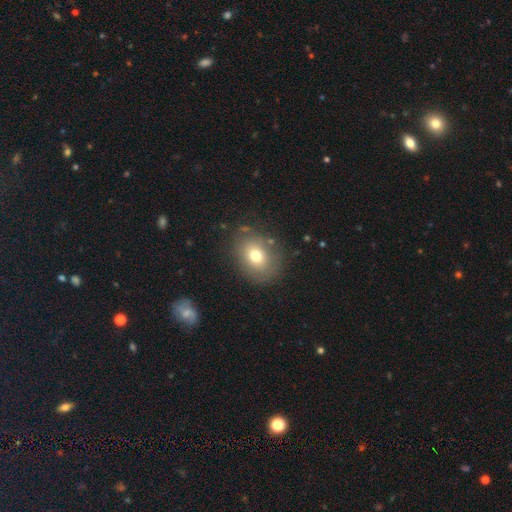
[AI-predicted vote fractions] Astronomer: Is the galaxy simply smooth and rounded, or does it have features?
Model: smooth — 72%.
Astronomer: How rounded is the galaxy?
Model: in between — 53% (runner-up: round, 46%).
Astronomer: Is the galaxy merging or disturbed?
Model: none — 79%.